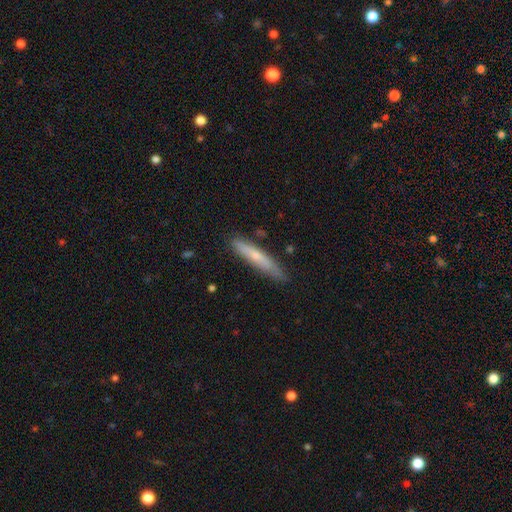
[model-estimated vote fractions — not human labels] Q: Smooth or featured?
A: smooth (59%); runner-up: featured or disk (35%)
Q: How rounded?
A: cigar-shaped (91%); runner-up: in between (8%)
Q: Merging?
A: none (80%); runner-up: minor disturbance (16%)